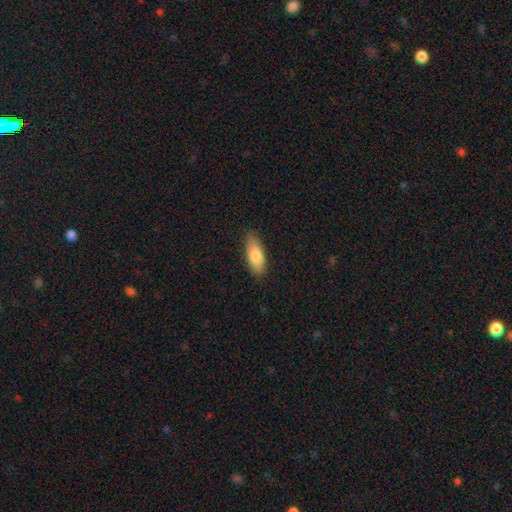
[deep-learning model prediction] Q: Smooth or featured?
A: smooth (81%); runner-up: featured or disk (13%)
Q: How rounded?
A: in between (73%); runner-up: cigar-shaped (25%)
Q: Merging?
A: none (85%); runner-up: minor disturbance (12%)